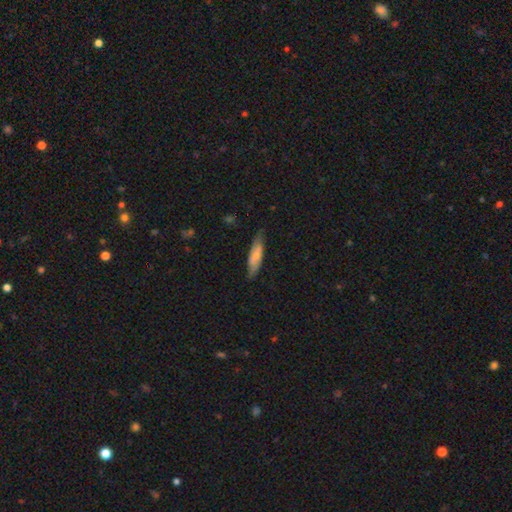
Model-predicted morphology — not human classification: smooth-or-featured: smooth: 62% | featured or disk: 33% | star or artifact: 6%
  how-rounded: cigar-shaped: 60% | in between: 39% | round: 2%
  merging: none: 75% | minor disturbance: 19% | major disturbance: 4% | merger: 1%